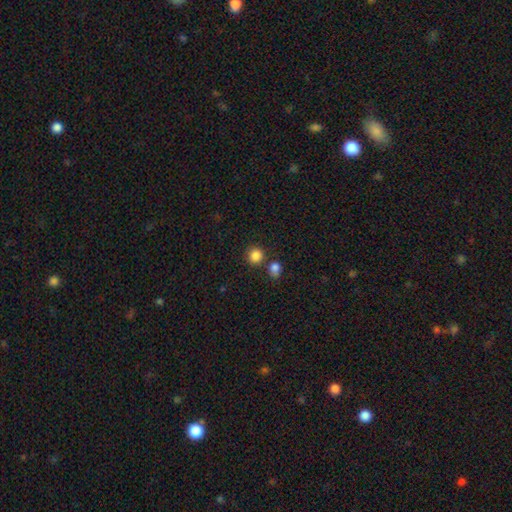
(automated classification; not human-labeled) This is clearly a smooth galaxy (85%). How rounded: clearly round (89%). Merging: likely none (74%).